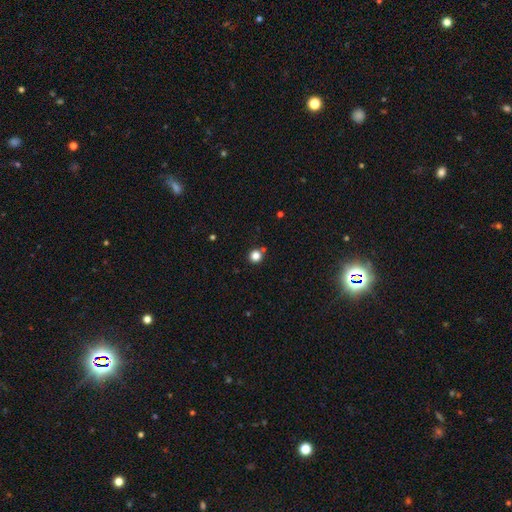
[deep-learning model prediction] Smooth or featured?
  - smooth: 82% *
  - star or artifact: 14%
  - featured or disk: 5%
How rounded?
  - round: 93% *
  - in between: 6%
  - cigar-shaped: 1%
Merging?
  - none: 81% *
  - merger: 9%
  - minor disturbance: 8%
  - major disturbance: 3%